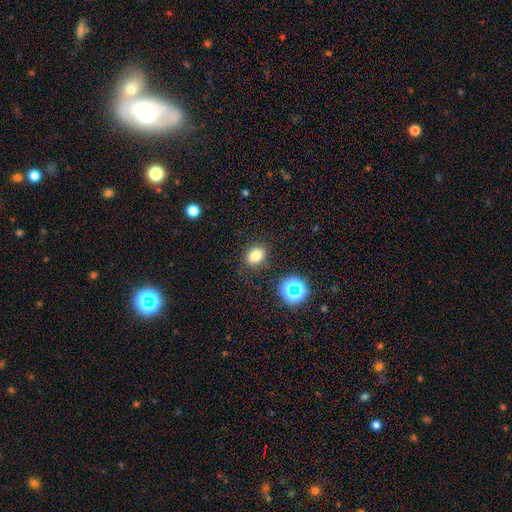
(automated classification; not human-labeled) This is likely a smooth galaxy (77%). How rounded: possibly round (51%). Merging: clearly none (85%).